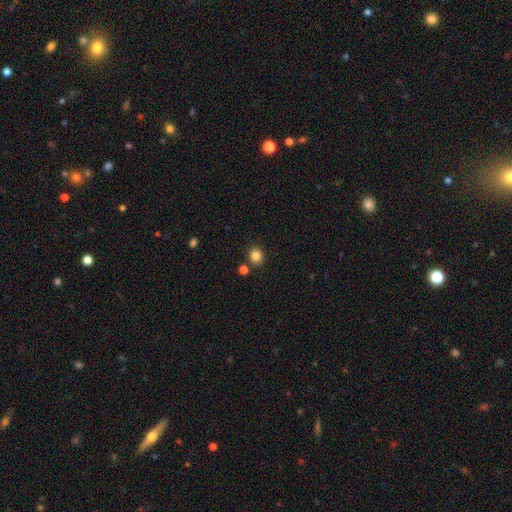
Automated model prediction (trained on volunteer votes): smooth_or_featured: smooth (p=0.84) [alt: star or artifact p=0.12]
how_rounded: round (p=0.74) [alt: in between p=0.25]
merging: none (p=0.82) [alt: minor disturbance p=0.08]